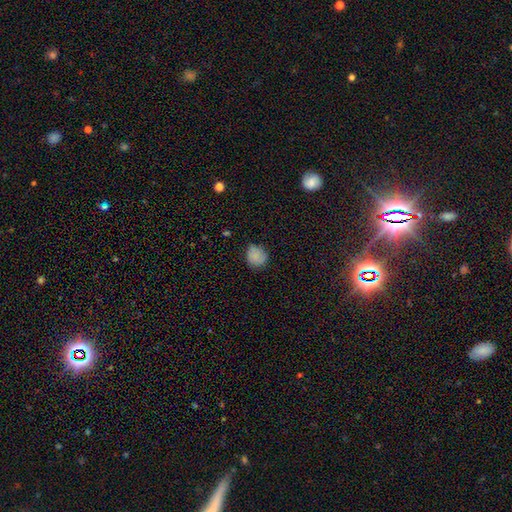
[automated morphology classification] This is clearly a smooth galaxy (81%). How rounded: clearly round (81%). Merging: likely none (71%).